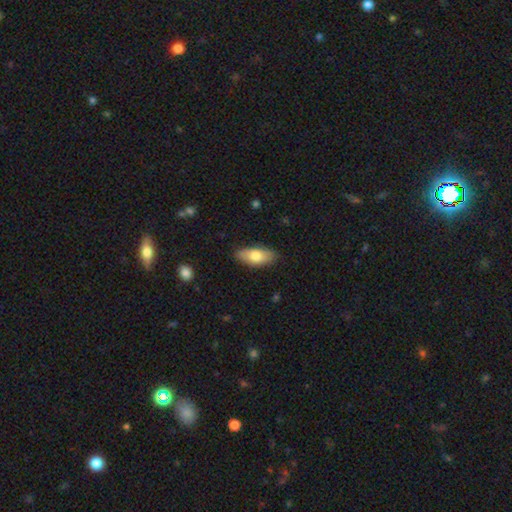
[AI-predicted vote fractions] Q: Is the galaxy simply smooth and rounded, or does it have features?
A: smooth — 76%.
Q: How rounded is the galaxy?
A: in between — 83%.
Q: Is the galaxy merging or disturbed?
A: none — 84%.